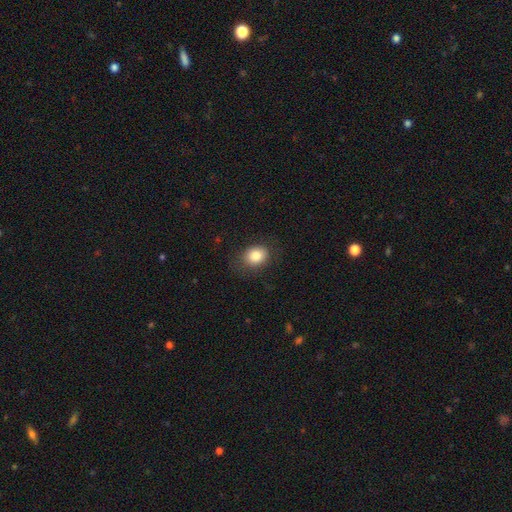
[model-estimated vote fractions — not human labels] Smooth or featured? Predicted: smooth (p=0.84). How rounded? Predicted: in between (p=0.51). Merging? Predicted: none (p=0.81).